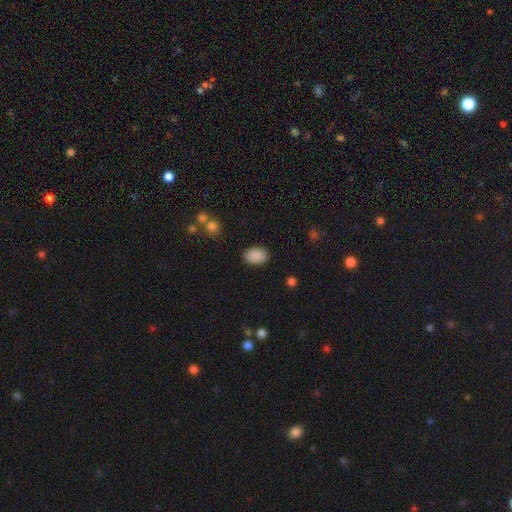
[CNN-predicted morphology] smooth_or_featured: smooth (p=0.89) [alt: star or artifact p=0.08]
how_rounded: in between (p=0.85) [alt: round p=0.14]
merging: none (p=0.87) [alt: minor disturbance p=0.09]